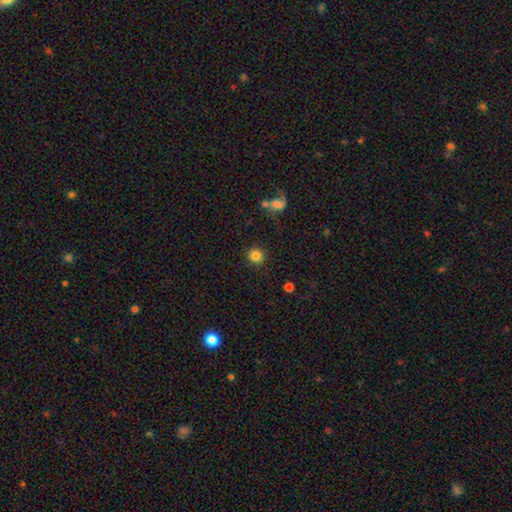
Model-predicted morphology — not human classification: Smooth or featured: smooth — 84% (star or artifact — 11%)
How rounded: round — 91% (in between — 8%)
Merging: none — 89% (minor disturbance — 6%)